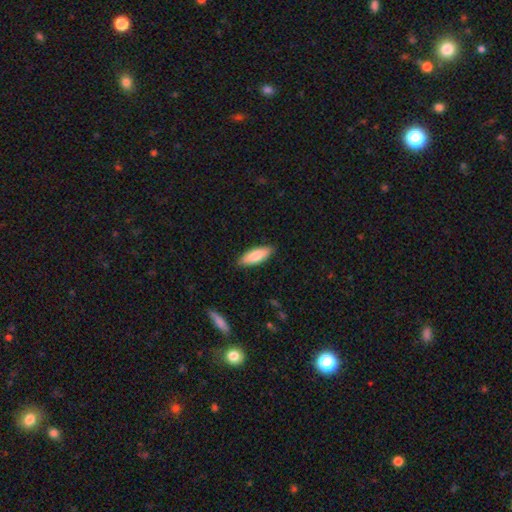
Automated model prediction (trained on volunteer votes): Smooth or featured?
  - smooth: 82% *
  - featured or disk: 13%
  - star or artifact: 5%
How rounded?
  - in between: 65% *
  - cigar-shaped: 33%
  - round: 2%
Merging?
  - none: 87% *
  - minor disturbance: 10%
  - major disturbance: 2%
  - merger: 1%